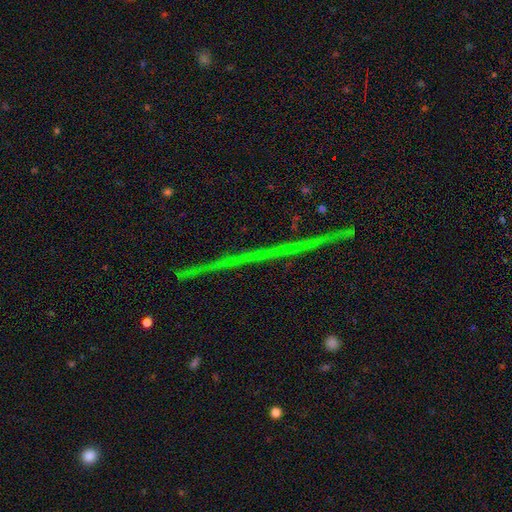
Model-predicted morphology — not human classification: This is likely a star or artifact rather than a galaxy (72%).